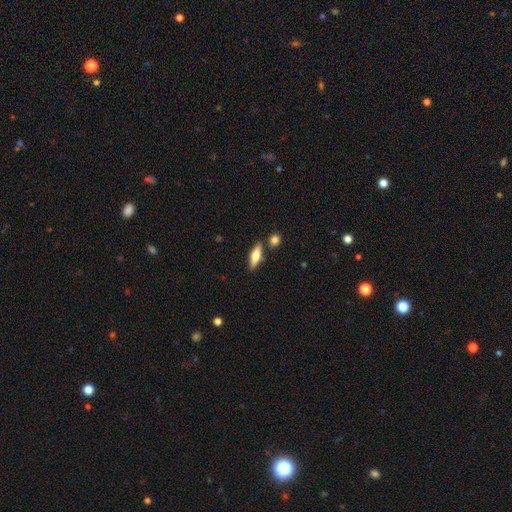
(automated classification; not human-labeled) A smooth galaxy with no disk features (51%) that is cigar-shaped (54%).

Vote fractions:
- Smooth or featured? smooth: 51% / featured or disk: 43% / star or artifact: 6%
- How rounded? cigar-shaped: 54% / in between: 42% / round: 3%
- Merging? none: 80% / minor disturbance: 10% / merger: 8% / major disturbance: 2%